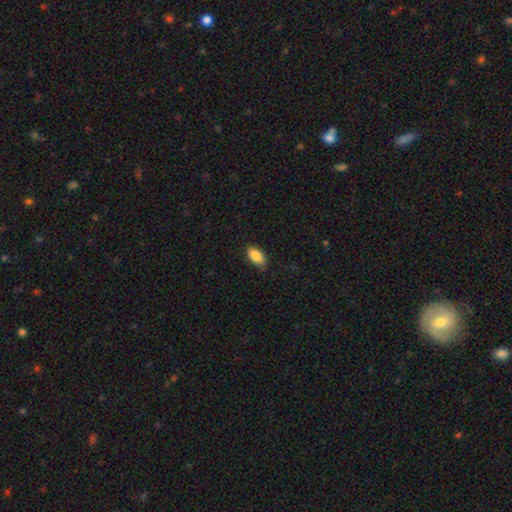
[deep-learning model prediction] smooth_or_featured: smooth (p=0.86) [alt: star or artifact p=0.07]
how_rounded: in between (p=0.92) [alt: round p=0.04]
merging: none (p=0.71) [alt: minor disturbance p=0.24]